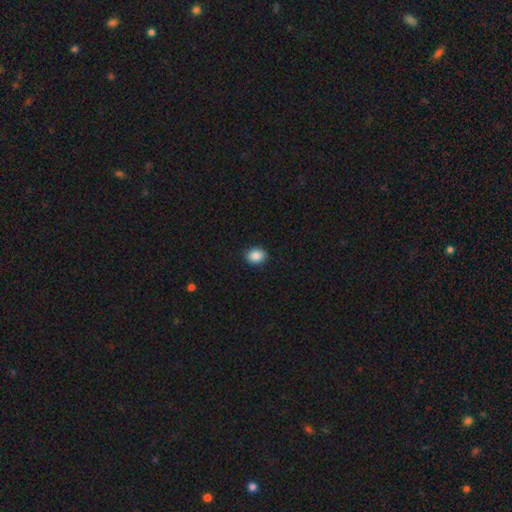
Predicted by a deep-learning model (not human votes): Smooth or featured?
  - smooth: 88% *
  - star or artifact: 9%
  - featured or disk: 4%
How rounded?
  - round: 53% *
  - in between: 46%
  - cigar-shaped: 1%
Merging?
  - none: 91% *
  - minor disturbance: 7%
  - major disturbance: 2%
  - merger: 1%